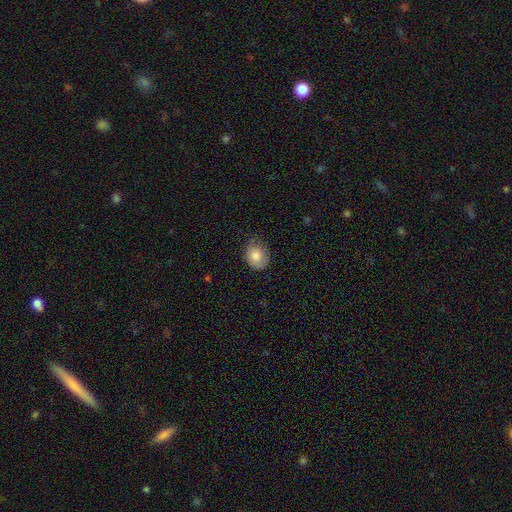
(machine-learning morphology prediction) A smooth galaxy with no disk features (80%) that is round (50%). Merging: none (70%).